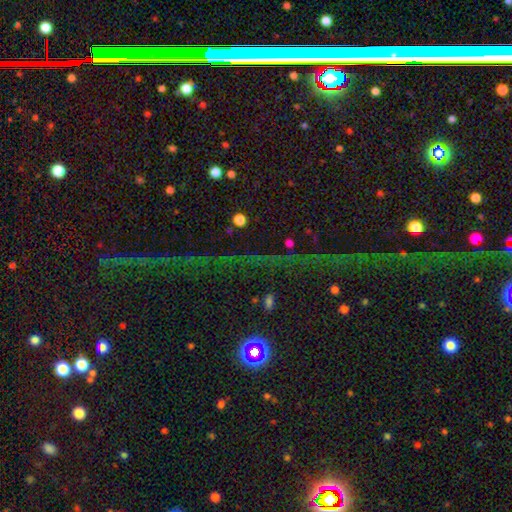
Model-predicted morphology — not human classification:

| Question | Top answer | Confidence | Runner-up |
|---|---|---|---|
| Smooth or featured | star or artifact | 67% | smooth (19%) |